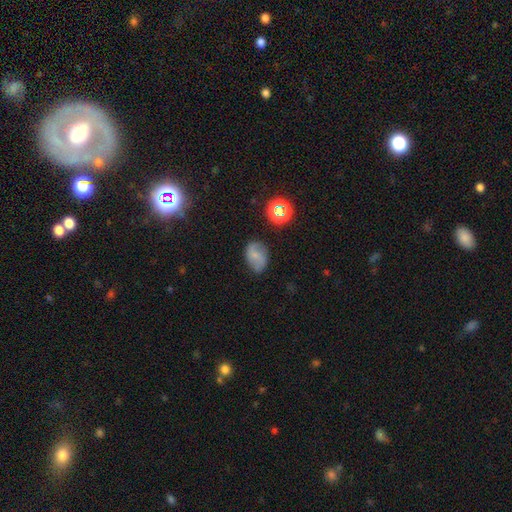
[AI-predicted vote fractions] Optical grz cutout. It shows a smooth galaxy with no disk features (55%) that is in between round and cigar-shaped (74%). Merging: none (71%).